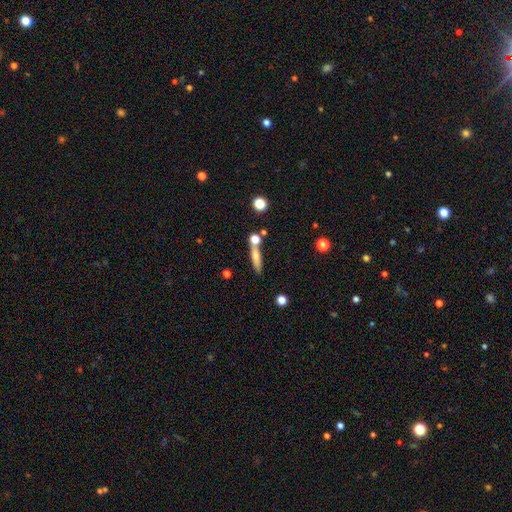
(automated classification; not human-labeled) Overall: smooth (65%; featured or disk 26%). How rounded: cigar-shaped (78%). Merging: none (64%).